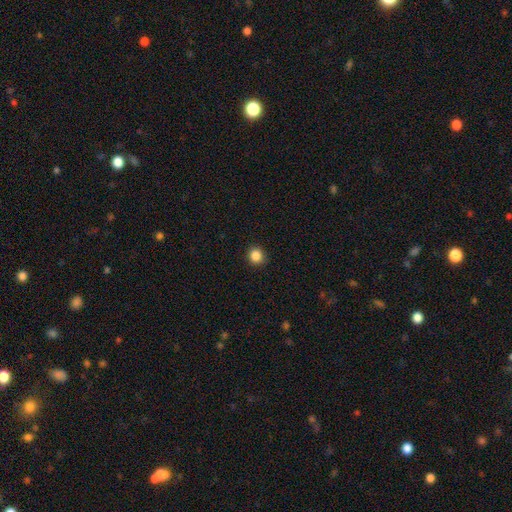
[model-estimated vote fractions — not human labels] Smooth or featured? smooth (86%)
How rounded? round (90%)
Merging? none (91%)